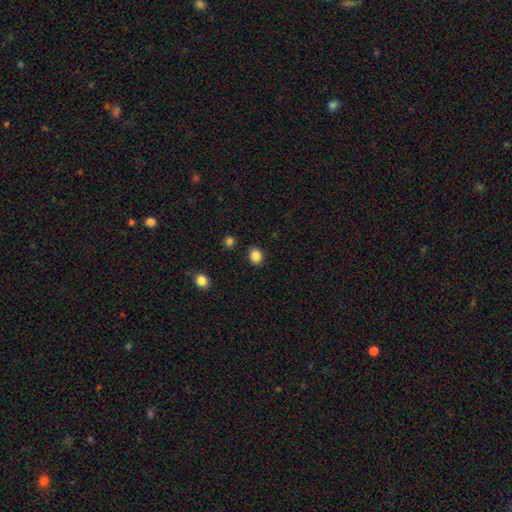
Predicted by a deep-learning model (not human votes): Q: Smooth or featured?
A: smooth (85%); runner-up: star or artifact (11%)
Q: How rounded?
A: round (79%); runner-up: in between (20%)
Q: Merging?
A: none (89%); runner-up: minor disturbance (6%)